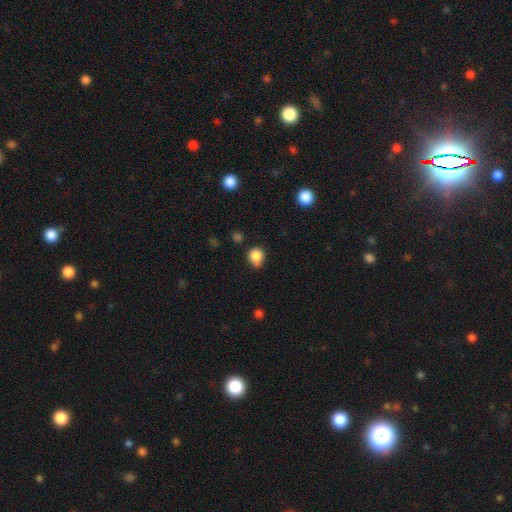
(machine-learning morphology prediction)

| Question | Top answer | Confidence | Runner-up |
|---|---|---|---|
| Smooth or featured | smooth | 84% | star or artifact (11%) |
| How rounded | round | 80% | in between (19%) |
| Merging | none | 59% | minor disturbance (29%) |